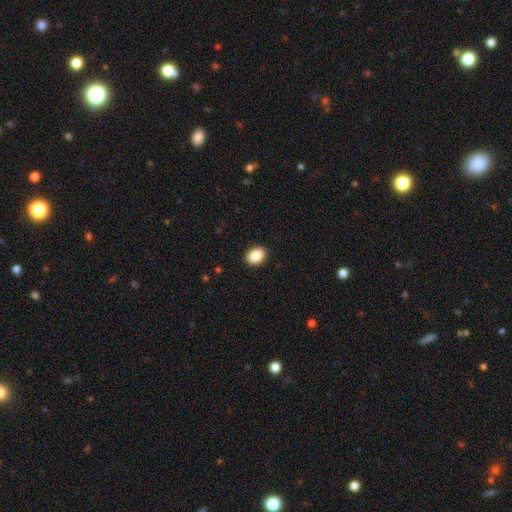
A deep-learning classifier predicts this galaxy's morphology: This is clearly a smooth galaxy (88%). How rounded: likely in between (71%). Merging: clearly none (91%).